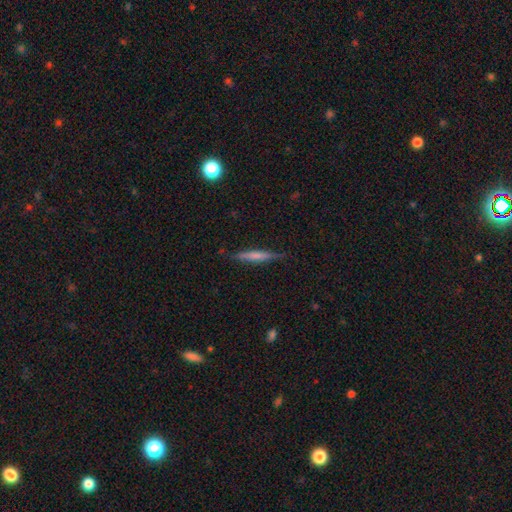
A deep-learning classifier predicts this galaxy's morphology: Smooth or featured? smooth (50%)
How rounded? cigar-shaped (92%)
Merging? none (85%)